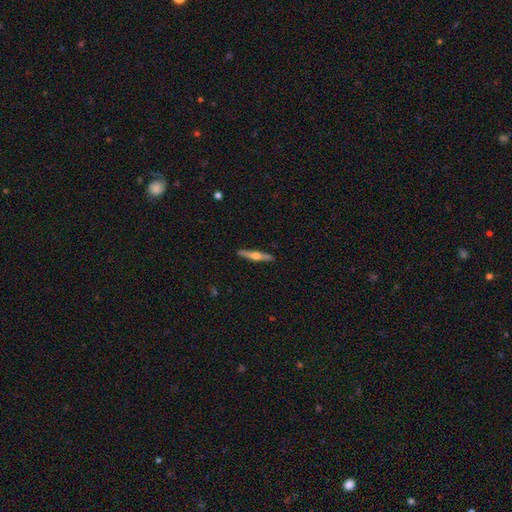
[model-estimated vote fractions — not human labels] smooth-or-featured: featured or disk: 65% | smooth: 29% | star or artifact: 6%
  disk-edge-on: yes: 97% | no: 3%
    edge-on-bulge: rounded: 92% | boxy: 4% | none: 3%
  merging: none: 90% | minor disturbance: 7% | major disturbance: 1% | merger: 1%